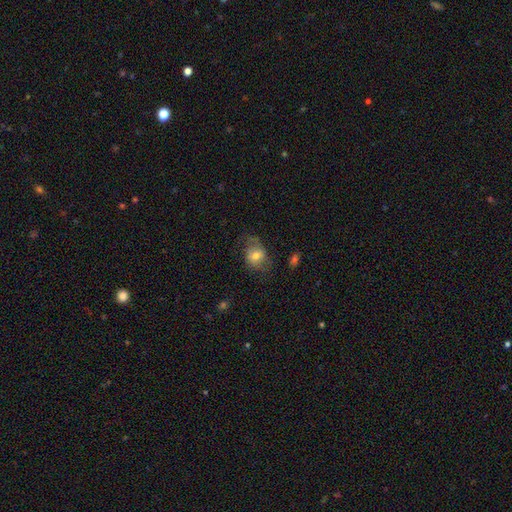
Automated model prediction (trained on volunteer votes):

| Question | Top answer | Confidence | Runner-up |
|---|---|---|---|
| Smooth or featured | smooth | 58% | featured or disk (33%) |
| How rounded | in between | 54% | round (44%) |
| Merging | none | 55% | minor disturbance (26%) |